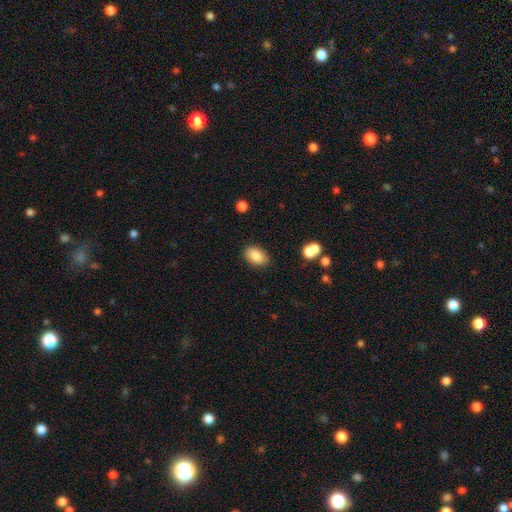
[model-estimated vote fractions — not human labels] The model was most divided on "merging": none: 86%, minor disturbance: 10%, major disturbance: 3%, merger: 2%. More confident: how rounded — in between (89%); smooth or featured — smooth (86%).